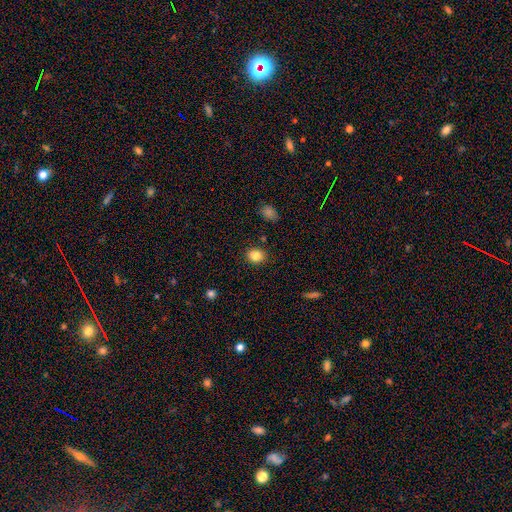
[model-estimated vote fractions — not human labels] The model was most divided on "how rounded": round: 61%, in between: 38%, cigar-shaped: 1%. More confident: merging — none (88%); smooth or featured — smooth (83%).